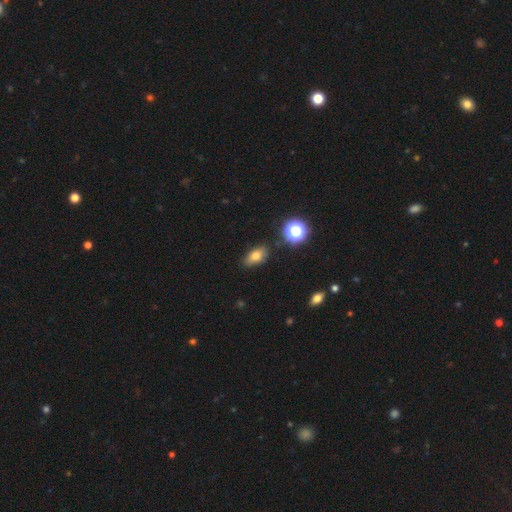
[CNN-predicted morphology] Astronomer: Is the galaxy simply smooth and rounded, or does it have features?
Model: smooth — 76%.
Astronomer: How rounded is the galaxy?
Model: in between — 84%.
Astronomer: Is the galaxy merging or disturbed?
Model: none — 83%.